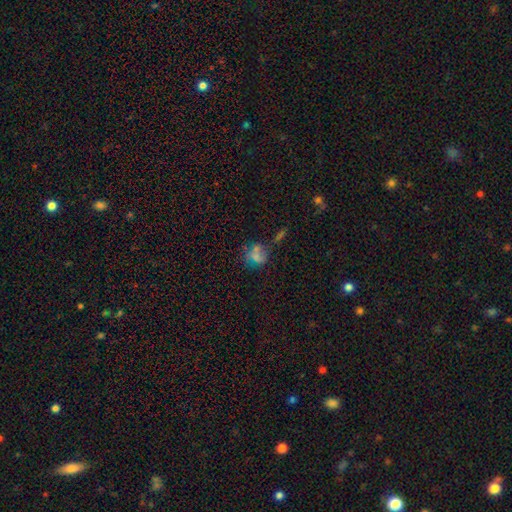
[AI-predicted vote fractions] A smooth galaxy with no disk features (59%) that is round (65%). Merging: none (42%).